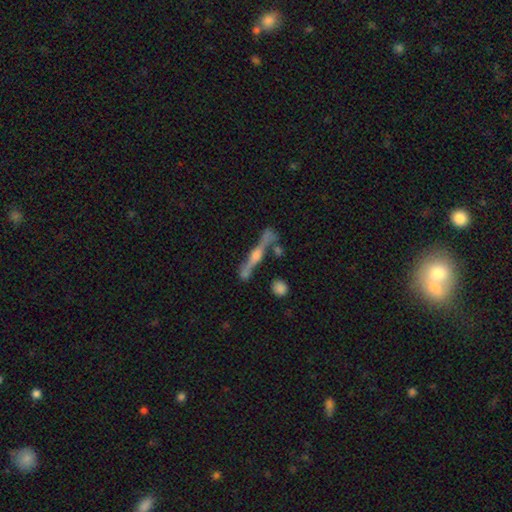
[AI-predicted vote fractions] Smooth or featured? Predicted: featured or disk (p=0.75). Edge-on disk? Predicted: yes (p=0.95). Edge-on bulge? Predicted: rounded (p=0.85). Merging? Predicted: none (p=0.69).